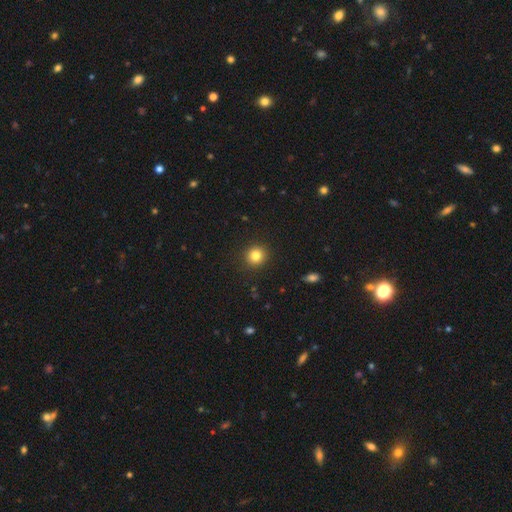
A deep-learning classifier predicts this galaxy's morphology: smooth 82%, star or artifact 12%, featured or disk 6%. Down the decision tree: how rounded — round (92%); merging — none (92%).